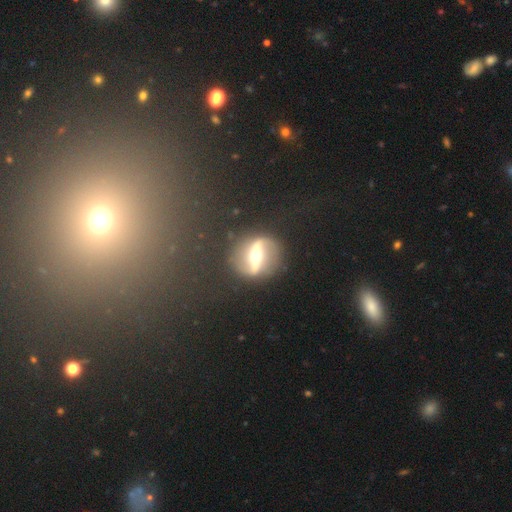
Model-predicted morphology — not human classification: Smooth or featured?
  - featured or disk: 79% *
  - smooth: 13%
  - star or artifact: 8%
Edge-on disk?
  - no: 77% *
  - yes: 23%
Bar?
  - strong: 79% *
  - weak: 13%
  - no: 8%
Spiral arms?
  - yes: 71% *
  - no: 29%
Bulge size?
  - moderate: 58% *
  - small: 26%
  - large: 11%
  - dominant: 3%
  - none: 2%
Merging?
  - none: 79% *
  - minor disturbance: 11%
  - major disturbance: 7%
  - merger: 2%